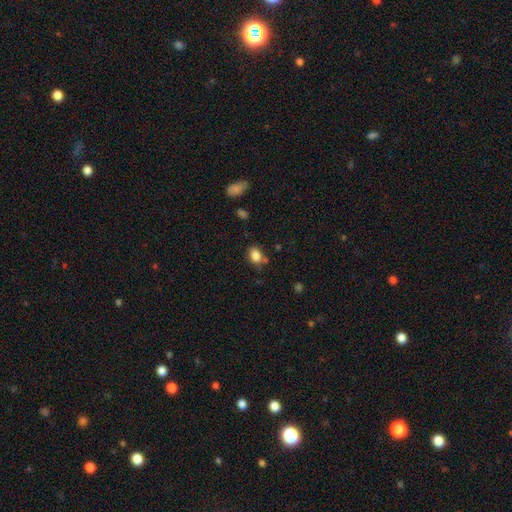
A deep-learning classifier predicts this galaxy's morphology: type=smooth (84%); roundness=in between (71%); merging=none (68%).